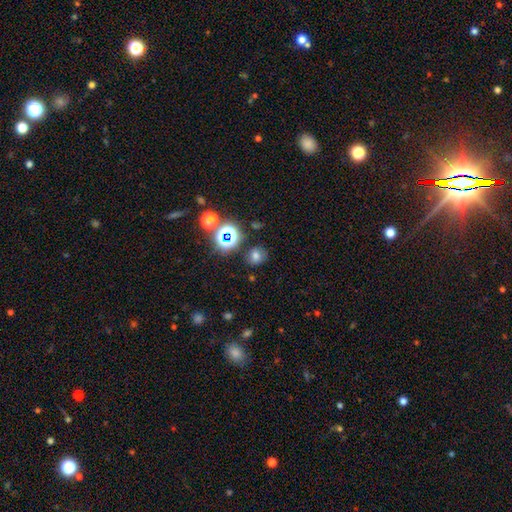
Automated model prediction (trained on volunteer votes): A smooth galaxy with no disk features (64%) that is round (67%). Merging: none (78%).